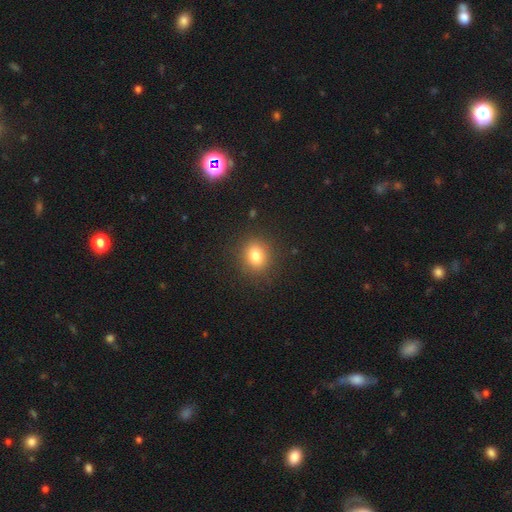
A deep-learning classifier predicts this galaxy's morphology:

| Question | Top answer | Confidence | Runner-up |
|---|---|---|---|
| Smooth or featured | smooth | 81% | star or artifact (12%) |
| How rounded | round | 63% | in between (36%) |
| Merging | none | 87% | minor disturbance (9%) |